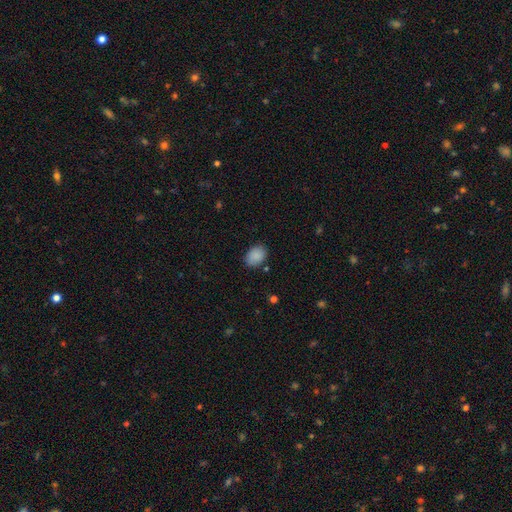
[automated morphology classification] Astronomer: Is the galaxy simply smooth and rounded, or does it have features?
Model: smooth — 89%.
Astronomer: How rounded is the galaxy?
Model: in between — 76%.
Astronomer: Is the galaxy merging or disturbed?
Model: none — 84%.